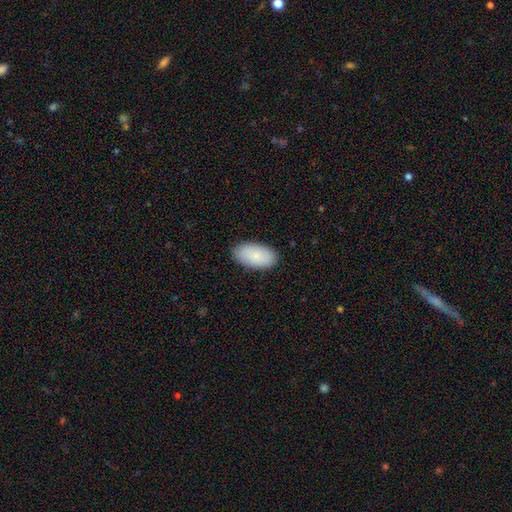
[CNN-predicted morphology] A smooth galaxy with no disk features (84%) that is in between round and cigar-shaped (96%).

Vote fractions:
- Smooth or featured? smooth: 84% / featured or disk: 10% / star or artifact: 6%
- How rounded? in between: 96% / round: 2% / cigar-shaped: 2%
- Merging? none: 88% / minor disturbance: 9% / major disturbance: 2% / merger: 1%